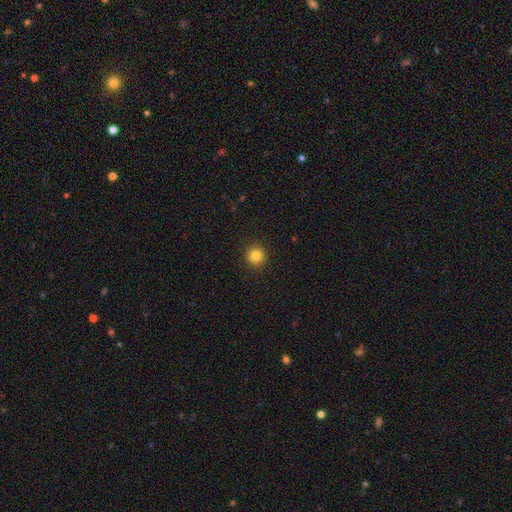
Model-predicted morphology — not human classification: smooth_or_featured: smooth (p=0.84) [alt: star or artifact p=0.11]
how_rounded: round (p=0.94) [alt: in between p=0.06]
merging: none (p=0.92) [alt: minor disturbance p=0.05]